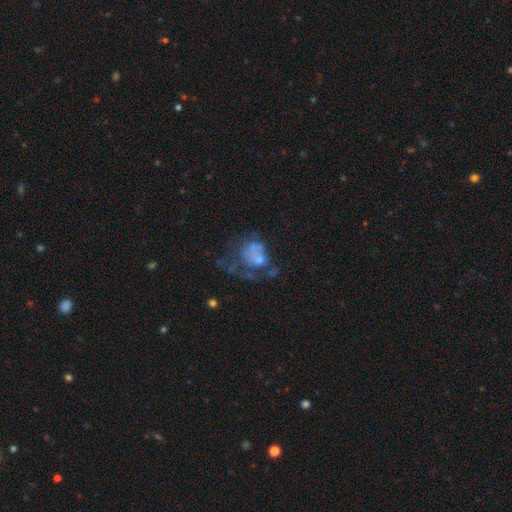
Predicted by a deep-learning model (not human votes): smooth-or-featured: featured or disk: 47% | smooth: 40% | star or artifact: 13%
  merging: major disturbance: 41% | merger: 22% | none: 22% | minor disturbance: 15%